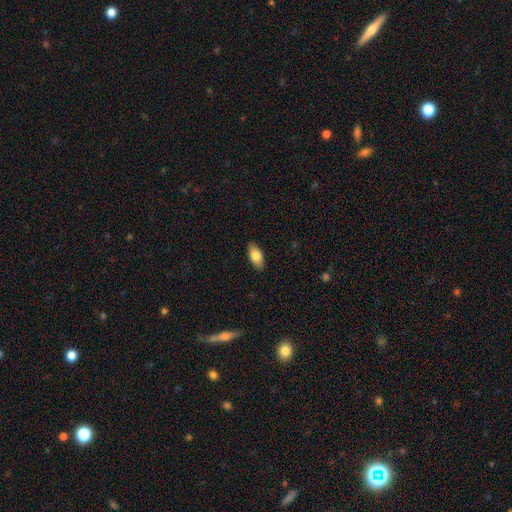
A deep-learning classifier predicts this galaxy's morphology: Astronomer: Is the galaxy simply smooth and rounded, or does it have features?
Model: smooth — 80%.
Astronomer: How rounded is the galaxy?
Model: in between — 90%.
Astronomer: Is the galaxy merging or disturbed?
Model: none — 88%.